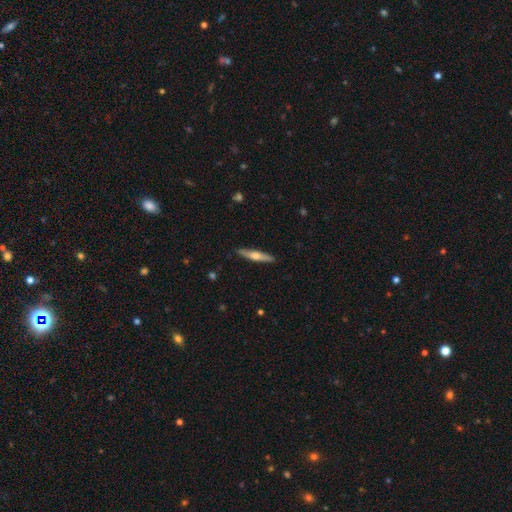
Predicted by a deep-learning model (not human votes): smooth-or-featured: featured or disk: 48% | smooth: 47% | star or artifact: 5%
  merging: none: 90% | minor disturbance: 7% | major disturbance: 1% | merger: 1%